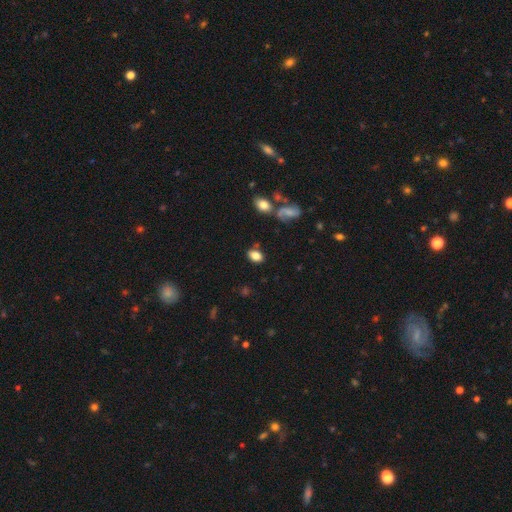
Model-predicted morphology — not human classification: A smooth galaxy with no disk features (80%) that is in between round and cigar-shaped (86%). Merging: none (77%).